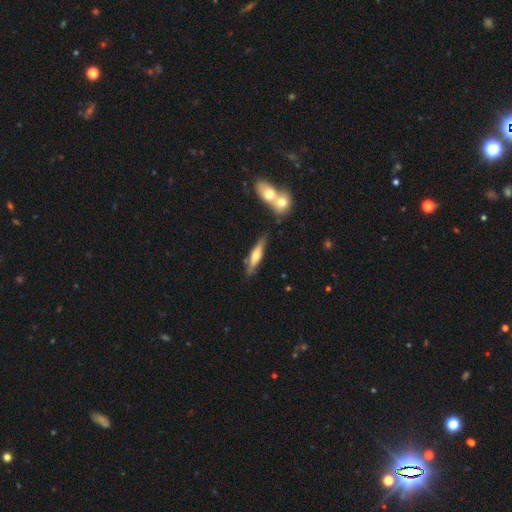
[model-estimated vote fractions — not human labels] Smooth or featured? Predicted: featured or disk (p=0.52). Edge-on disk? Predicted: yes (p=0.91). Merging? Predicted: none (p=0.75).